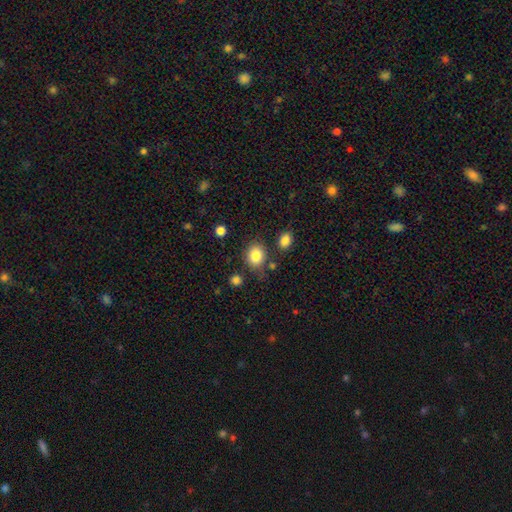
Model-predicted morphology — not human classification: Smooth or featured?
  - smooth: 84% *
  - star or artifact: 9%
  - featured or disk: 6%
How rounded?
  - round: 60% *
  - in between: 39%
  - cigar-shaped: 1%
Merging?
  - none: 74% *
  - minor disturbance: 15%
  - merger: 7%
  - major disturbance: 5%